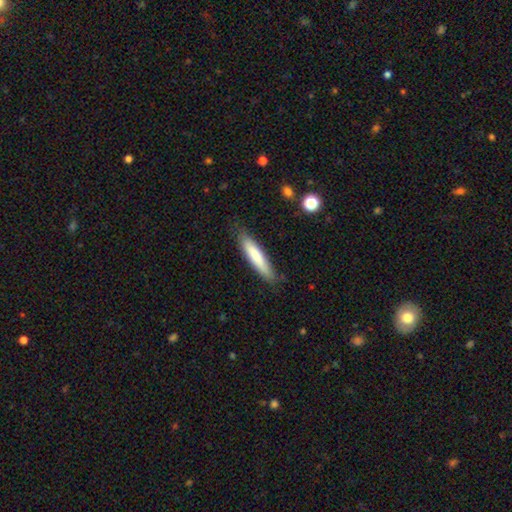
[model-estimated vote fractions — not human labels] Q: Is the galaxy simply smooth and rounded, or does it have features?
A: smooth — 77%.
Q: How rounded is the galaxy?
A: cigar-shaped — 86%.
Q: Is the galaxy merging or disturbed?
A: none — 84%.